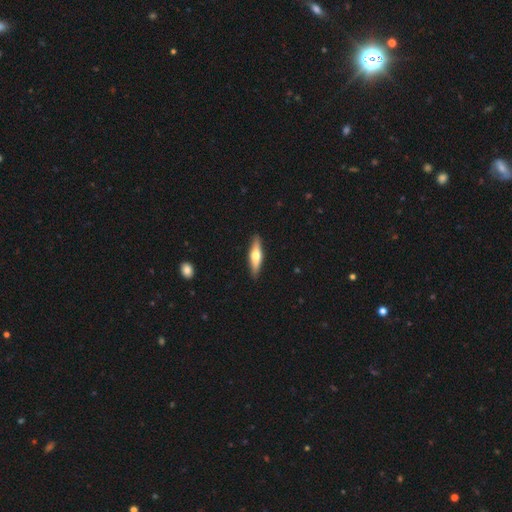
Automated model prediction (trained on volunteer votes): Smooth or featured?
  - featured or disk: 54% *
  - smooth: 41%
  - star or artifact: 5%
Edge-on disk?
  - yes: 93% *
  - no: 7%
Edge-on bulge?
  - rounded: 93% *
  - boxy: 4%
  - none: 3%
Merging?
  - none: 90% *
  - minor disturbance: 7%
  - major disturbance: 2%
  - merger: 1%